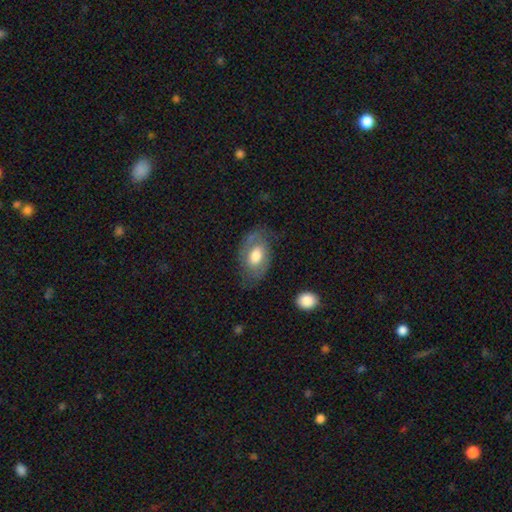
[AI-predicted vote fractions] smooth-or-featured: featured or disk: 49% | smooth: 44% | star or artifact: 7%
  merging: none: 68% | minor disturbance: 20% | major disturbance: 10% | merger: 2%